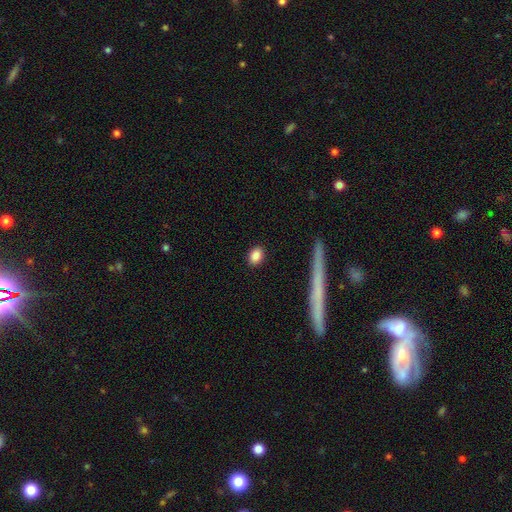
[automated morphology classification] Smooth or featured? Predicted: smooth (p=0.86). How rounded? Predicted: in between (p=0.66). Merging? Predicted: none (p=0.90).